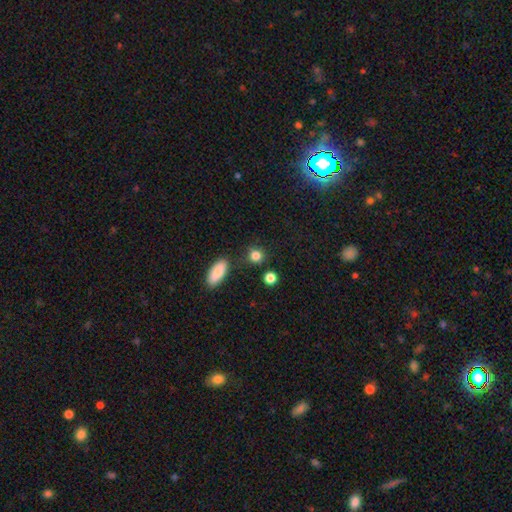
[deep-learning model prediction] Morphology: type=smooth (84%); roundness=round (78%); merging=none (80%).